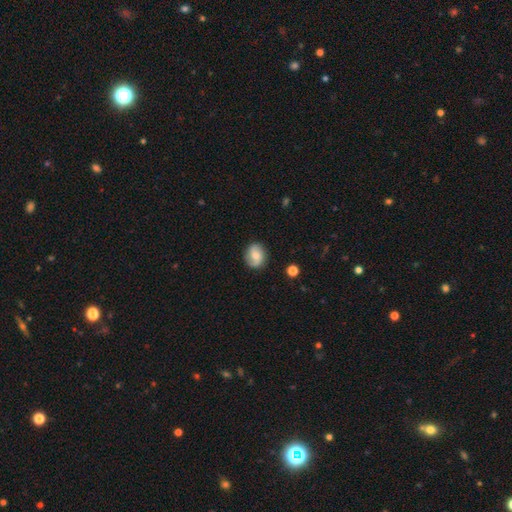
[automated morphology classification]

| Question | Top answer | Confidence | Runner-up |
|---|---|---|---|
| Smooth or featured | smooth | 49% | featured or disk (43%) |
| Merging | none | 82% | minor disturbance (13%) |